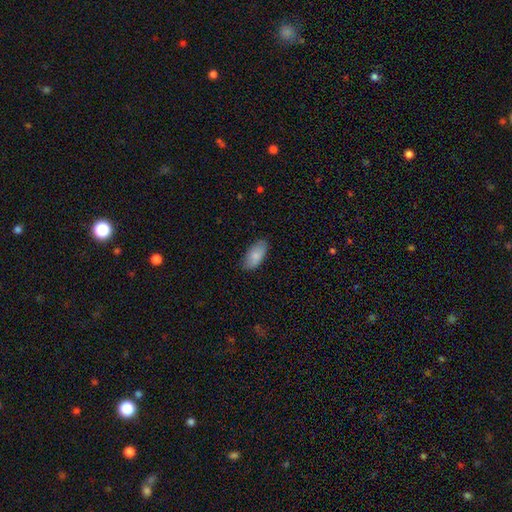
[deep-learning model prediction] Smooth or featured?
  - smooth: 84% *
  - featured or disk: 10%
  - star or artifact: 6%
How rounded?
  - in between: 92% *
  - cigar-shaped: 6%
  - round: 2%
Merging?
  - none: 82% *
  - minor disturbance: 14%
  - major disturbance: 3%
  - merger: 1%